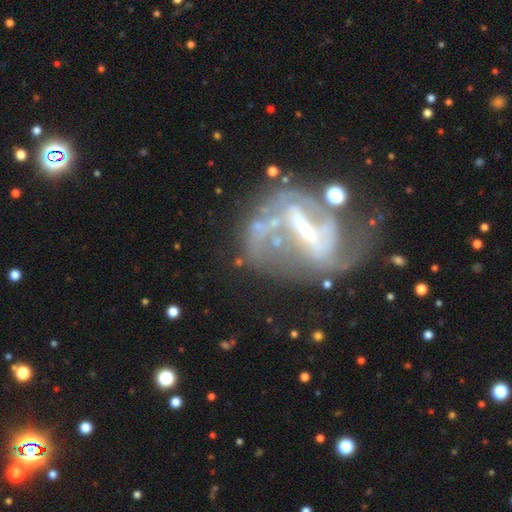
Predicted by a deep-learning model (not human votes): Overall: featured or disk (81%). Edge-on disk: no (95%). Bar: strong (58%; weak 29%). Spiral arms: yes (79%). Spiral arm count: 2 (57%; can't tell 22%). Spiral winding: loose (41%; medium 38%). Bulge size: small (55%; moderate 27%). Merging: none (39%; major disturbance 33%).